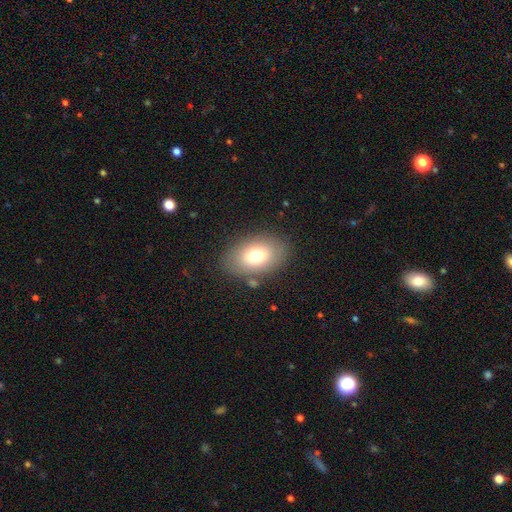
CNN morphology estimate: type=smooth (74%); roundness=in between (86%); merging=none (81%).